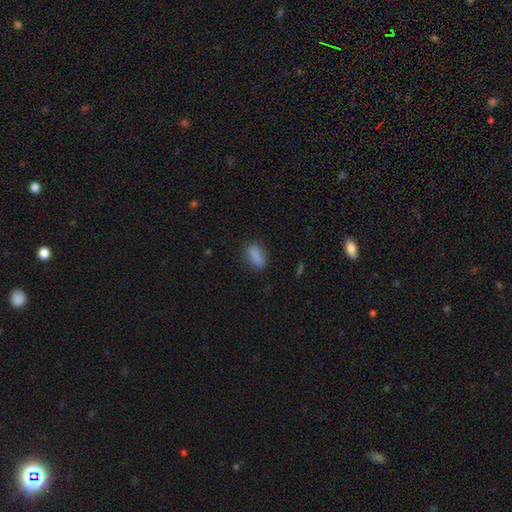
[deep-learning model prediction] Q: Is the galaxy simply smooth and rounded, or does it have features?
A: smooth — 86%.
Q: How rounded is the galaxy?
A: in between — 84%.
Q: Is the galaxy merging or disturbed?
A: none — 79%.